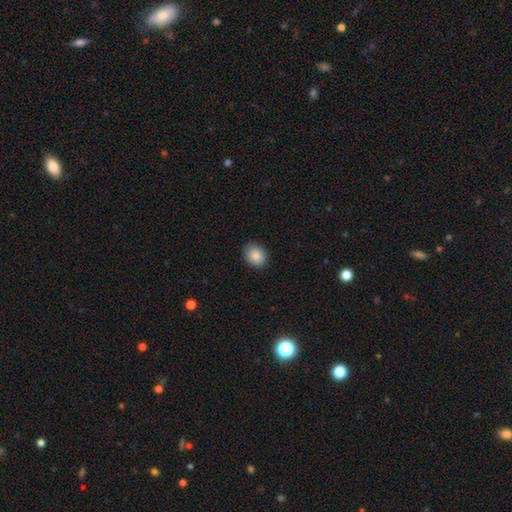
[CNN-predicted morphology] Smooth or featured? smooth (87%)
How rounded? in between (56%)
Merging? none (85%)